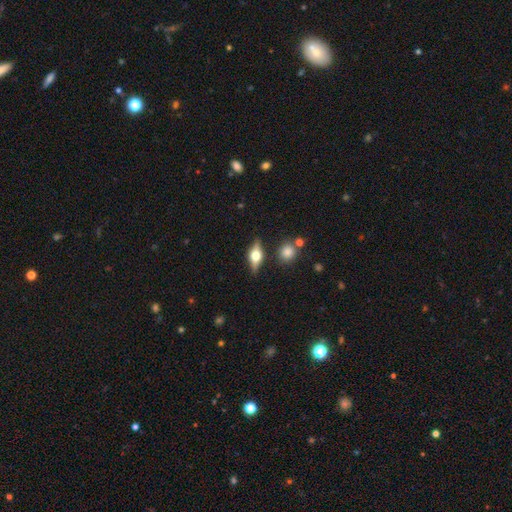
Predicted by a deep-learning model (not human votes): featured or disk 61%, smooth 31%, star or artifact 8%. Down the decision tree: edge-on disk — yes (92%); edge-on bulge — rounded (94%); merging — none (83%).